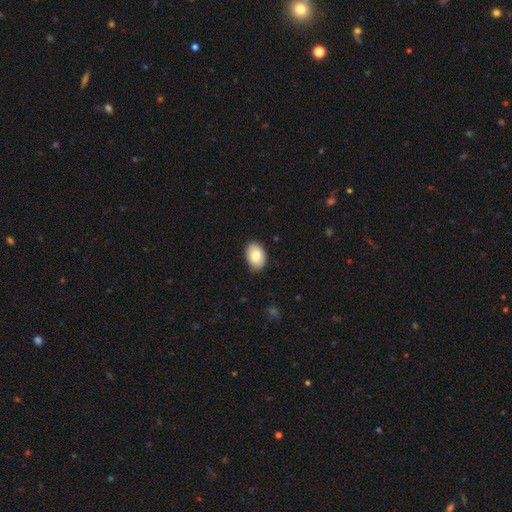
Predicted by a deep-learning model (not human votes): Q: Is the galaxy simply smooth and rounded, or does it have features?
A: smooth — 81%.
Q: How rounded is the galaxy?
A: in between — 83%.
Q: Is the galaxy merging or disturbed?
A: none — 83%.